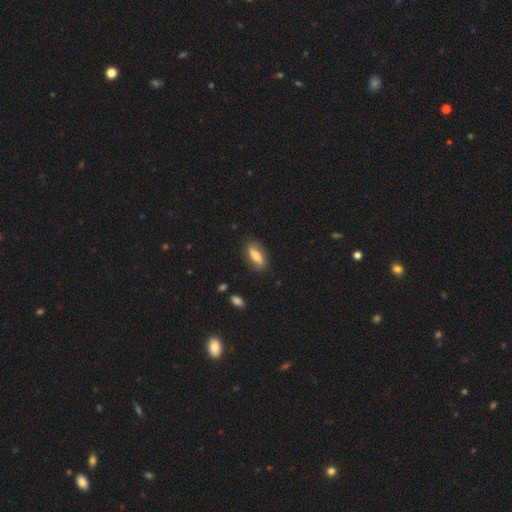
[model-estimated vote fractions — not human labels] smooth_or_featured: smooth (p=0.70) [alt: featured or disk p=0.23]
how_rounded: in between (p=0.72) [alt: cigar-shaped p=0.25]
merging: none (p=0.81) [alt: minor disturbance p=0.14]